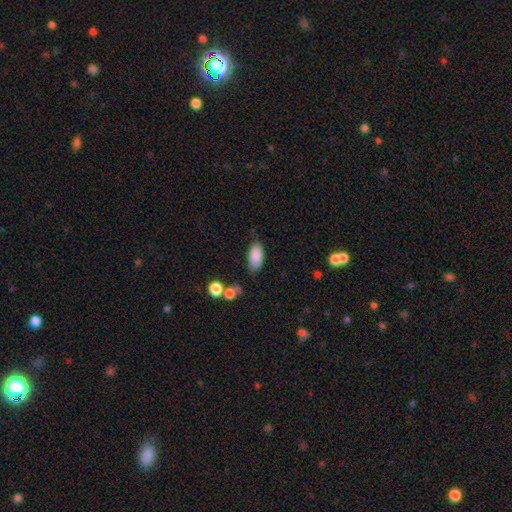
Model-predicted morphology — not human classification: smooth_or_featured: smooth (p=0.86) [alt: star or artifact p=0.07]
how_rounded: in between (p=0.89) [alt: cigar-shaped p=0.08]
merging: none (p=0.74) [alt: minor disturbance p=0.18]